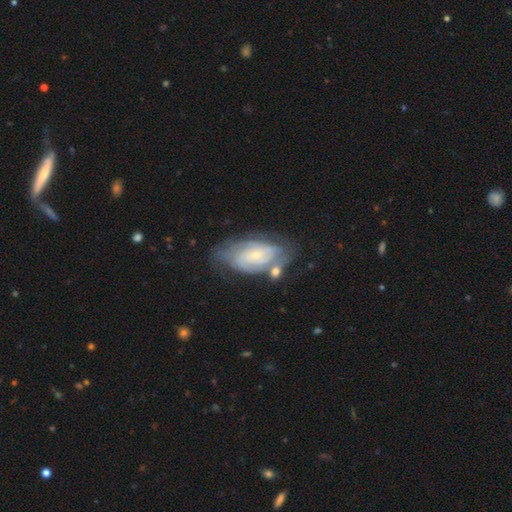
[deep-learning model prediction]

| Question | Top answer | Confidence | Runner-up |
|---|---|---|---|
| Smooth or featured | featured or disk | 75% | smooth (19%) |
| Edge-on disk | no | 95% | yes (5%) |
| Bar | no | 70% | weak (25%) |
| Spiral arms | yes | 88% | no (12%) |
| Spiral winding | tight | 63% | medium (28%) |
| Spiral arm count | can't tell | 44% | 2 (31%) |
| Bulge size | small | 77% | moderate (19%) |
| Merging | none | 56% | minor disturbance (23%) |